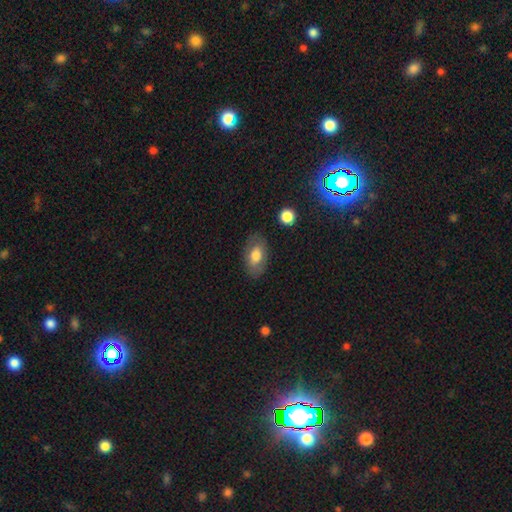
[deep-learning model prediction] The model was most divided on "smooth or featured": smooth: 70%, featured or disk: 22%, star or artifact: 7%. More confident: how rounded — in between (91%); merging — none (80%).